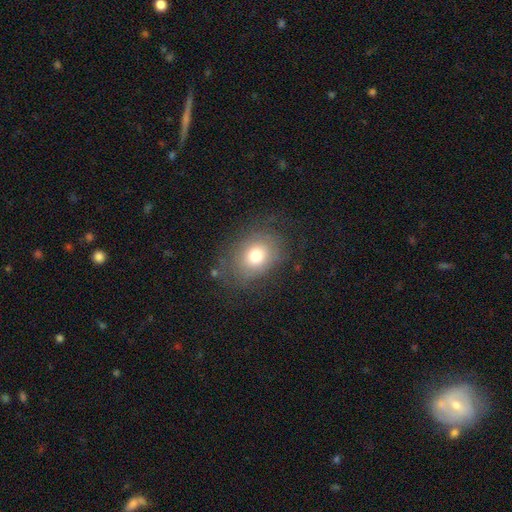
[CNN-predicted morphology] Overall: smooth (71%). How rounded: in between (54%; round 45%). Merging: none (71%).